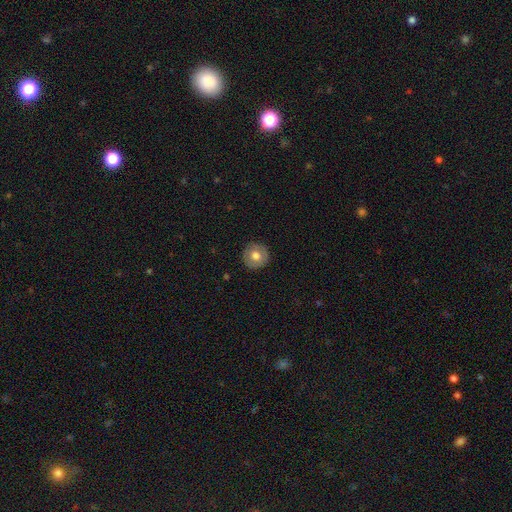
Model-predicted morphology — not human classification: Overall: smooth (69%). How rounded: round (95%). Merging: none (90%).